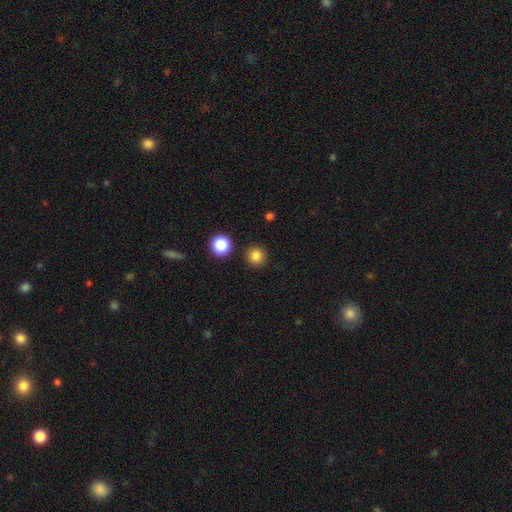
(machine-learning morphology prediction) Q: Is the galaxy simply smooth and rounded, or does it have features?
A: smooth — 83%.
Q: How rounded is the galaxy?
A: round — 93%.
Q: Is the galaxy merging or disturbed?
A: none — 90%.